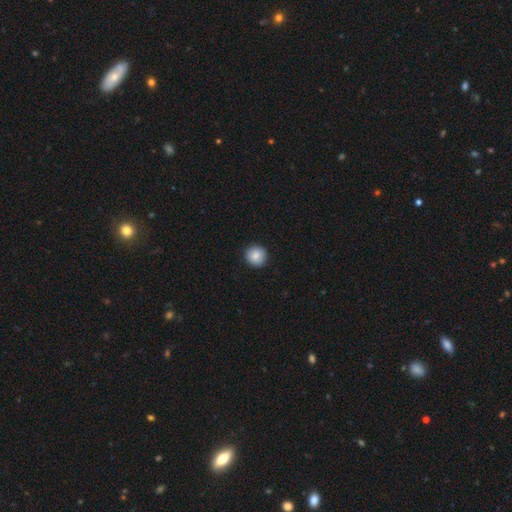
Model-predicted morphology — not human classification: A smooth galaxy with no disk features (84%) that is round (94%).

Vote fractions:
- Smooth or featured? smooth: 84% / star or artifact: 8% / featured or disk: 7%
- How rounded? round: 94% / in between: 5% / cigar-shaped: 1%
- Merging? none: 90% / minor disturbance: 7% / major disturbance: 2% / merger: 1%